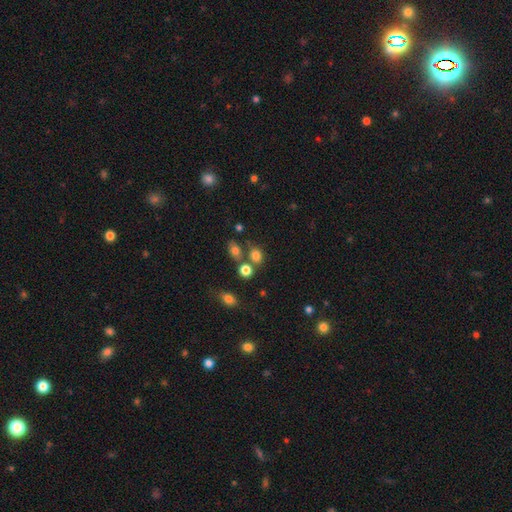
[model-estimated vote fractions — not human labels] A smooth galaxy with no disk features (78%) that is round (57%). Merging: none (59%).